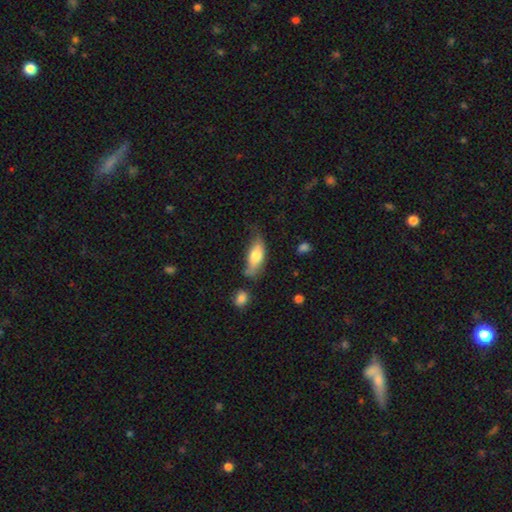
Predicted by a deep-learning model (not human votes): A smooth galaxy with no disk features (69%) that is in between round and cigar-shaped (73%).

Vote fractions:
- Smooth or featured? smooth: 69% / featured or disk: 24% / star or artifact: 6%
- How rounded? in between: 73% / cigar-shaped: 24% / round: 3%
- Merging? none: 44% / minor disturbance: 35% / major disturbance: 14% / merger: 7%